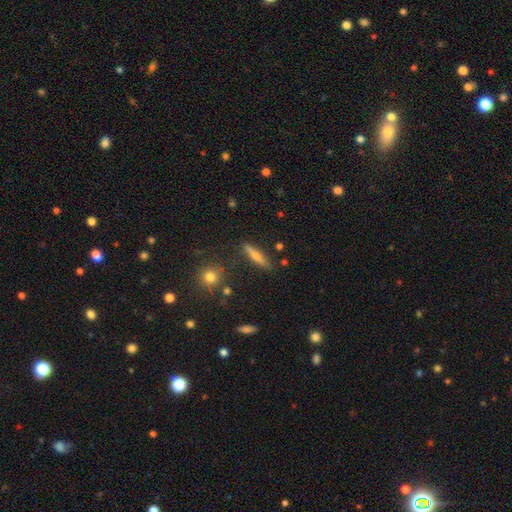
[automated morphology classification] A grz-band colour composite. It shows a smooth galaxy with no disk features (59%) that is cigar-shaped (83%). Merging: none (83%).